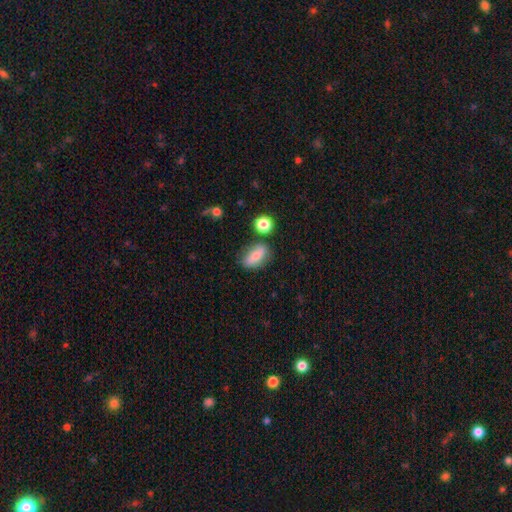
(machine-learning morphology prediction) This appears to be a smooth galaxy with no disk features (72%) that is in between round and cigar-shaped (80%). Merging: none (71%).